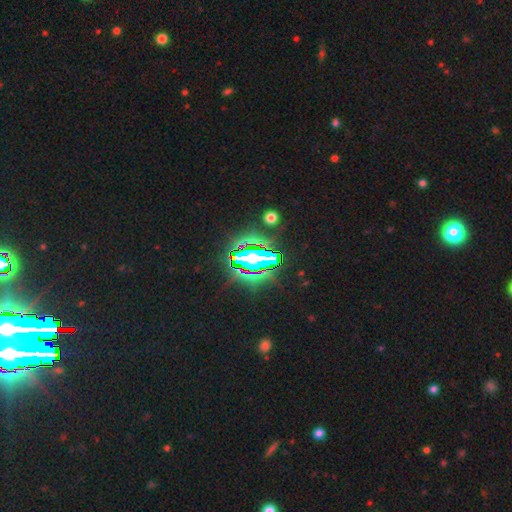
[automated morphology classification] Smooth or featured?
  - star or artifact: 84% *
  - smooth: 9%
  - featured or disk: 7%